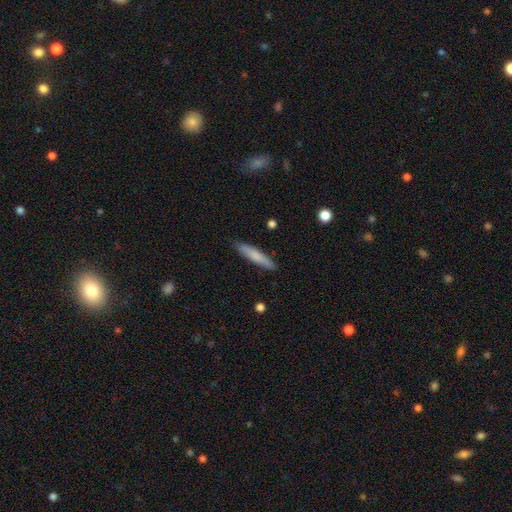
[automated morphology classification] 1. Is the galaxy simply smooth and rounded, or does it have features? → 75% smooth, 19% featured or disk, 6% star or artifact.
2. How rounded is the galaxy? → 88% cigar-shaped, 10% in between, 1% round.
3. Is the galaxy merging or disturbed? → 87% none, 10% minor disturbance, 2% major disturbance, 1% merger.